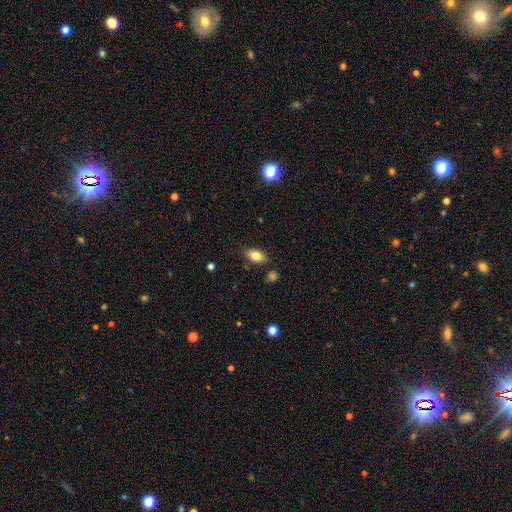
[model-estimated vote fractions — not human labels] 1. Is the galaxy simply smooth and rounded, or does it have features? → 77% smooth, 15% featured or disk, 8% star or artifact.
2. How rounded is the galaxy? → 88% in between, 6% cigar-shaped, 6% round.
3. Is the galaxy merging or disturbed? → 82% none, 12% minor disturbance, 3% merger, 3% major disturbance.